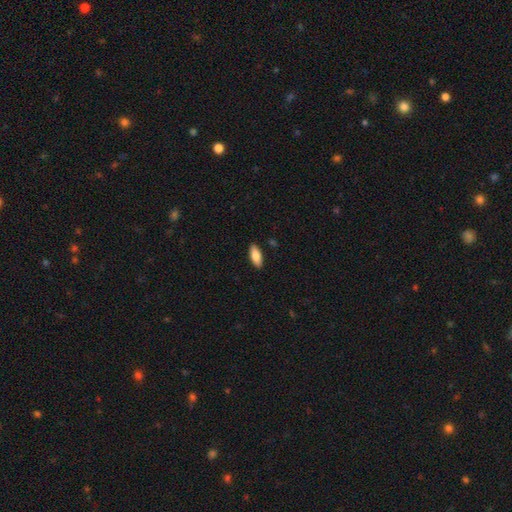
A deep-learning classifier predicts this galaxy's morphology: This is clearly a smooth galaxy (83%). How rounded: likely in between (79%). Merging: clearly none (89%).